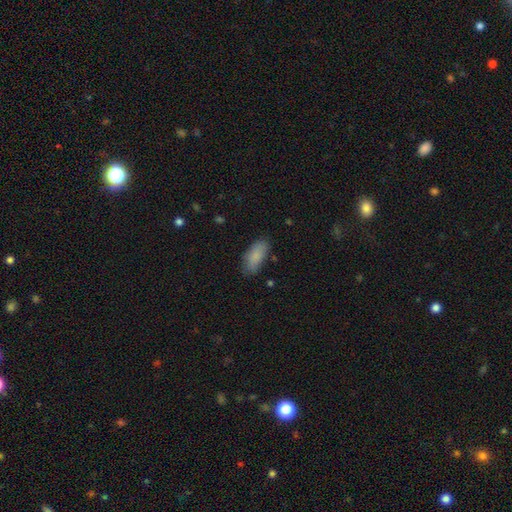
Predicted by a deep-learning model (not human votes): smooth 87%, featured or disk 7%, star or artifact 6%. Down the decision tree: how rounded — in between (87%); merging — none (79%).